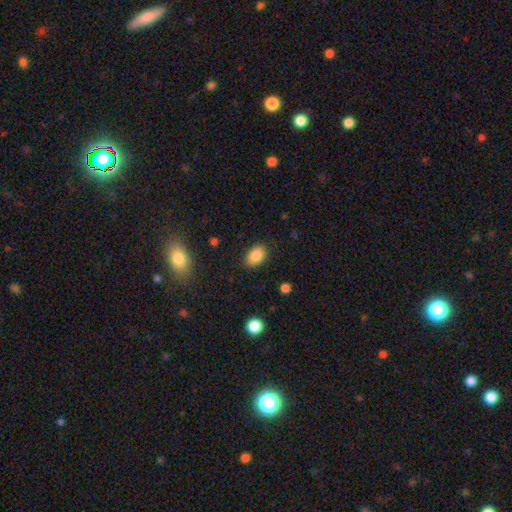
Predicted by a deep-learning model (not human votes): smooth 85%, star or artifact 9%, featured or disk 7%. Down the decision tree: how rounded — in between (83%); merging — none (86%).